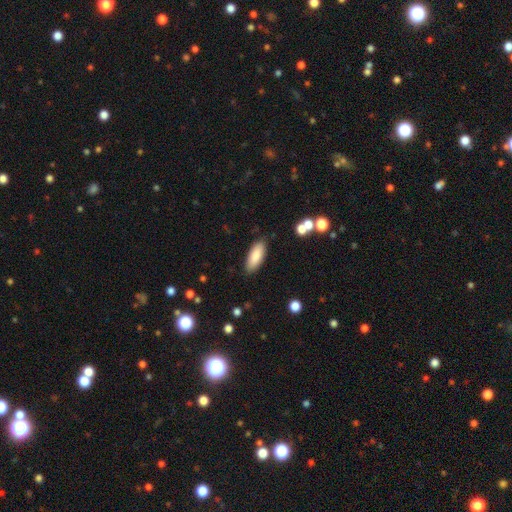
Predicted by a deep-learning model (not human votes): A smooth galaxy with no disk features (85%) that is in between round and cigar-shaped (75%).

Vote fractions:
- Smooth or featured? smooth: 85% / featured or disk: 9% / star or artifact: 6%
- How rounded? in between: 75% / cigar-shaped: 24% / round: 2%
- Merging? none: 86% / minor disturbance: 10% / major disturbance: 2% / merger: 2%